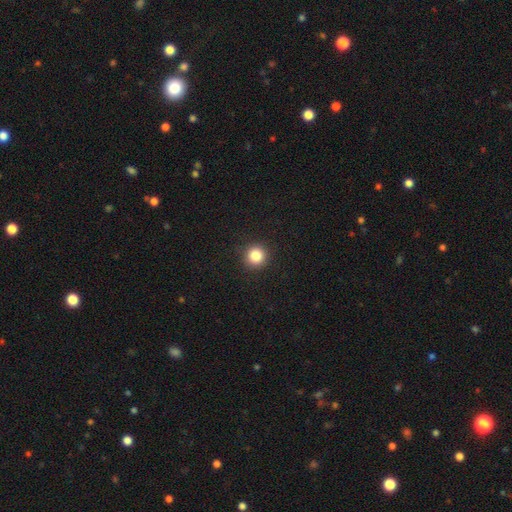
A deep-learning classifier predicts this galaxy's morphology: smooth 84%, star or artifact 11%, featured or disk 4%. Down the decision tree: how rounded — round (95%); merging — none (92%).